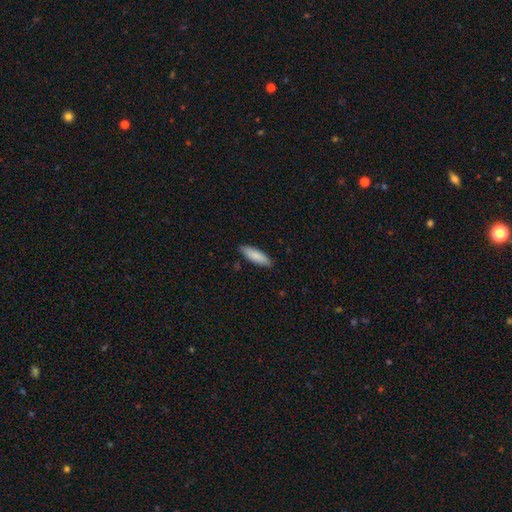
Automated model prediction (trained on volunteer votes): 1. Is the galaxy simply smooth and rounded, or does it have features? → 86% smooth, 9% featured or disk, 6% star or artifact.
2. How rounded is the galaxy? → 51% in between, 47% cigar-shaped, 1% round.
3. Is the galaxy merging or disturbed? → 86% none, 11% minor disturbance, 2% major disturbance, 1% merger.